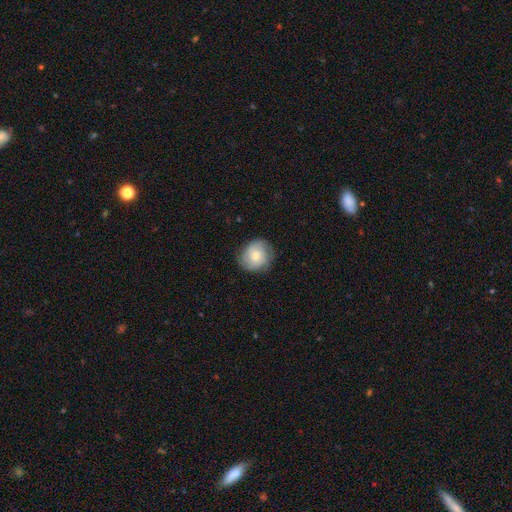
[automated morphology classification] This is likely a smooth galaxy (61%). How rounded: likely round (80%). Merging: likely none (78%).